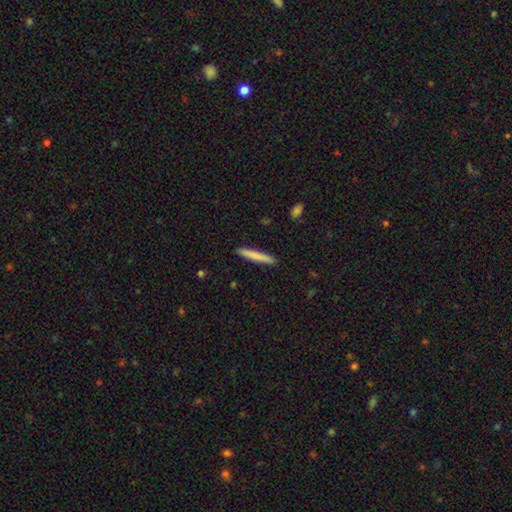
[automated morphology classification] smooth 79%, featured or disk 15%, star or artifact 6%. Down the decision tree: how rounded — cigar-shaped (96%); merging — none (91%).